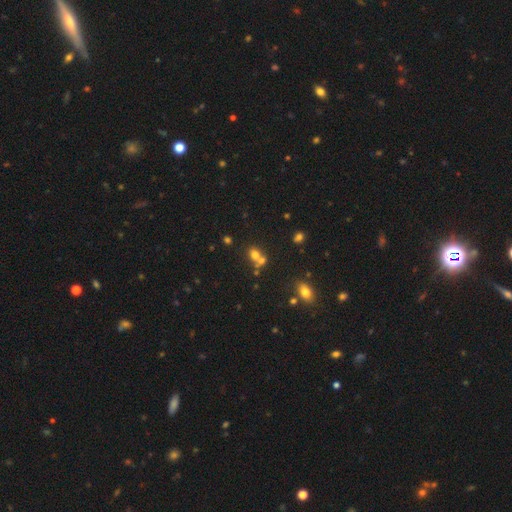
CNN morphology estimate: smooth 67%, star or artifact 20%, featured or disk 13%. Down the decision tree: how rounded — round (59%); merging — merger (49%).